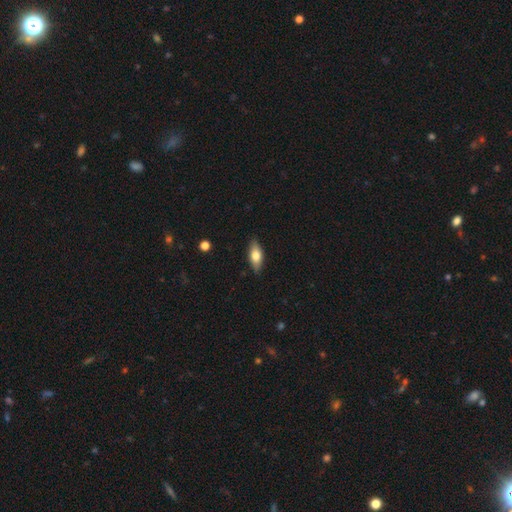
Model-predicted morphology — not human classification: smooth 68%, featured or disk 26%, star or artifact 6%. Down the decision tree: how rounded — in between (79%); merging — none (86%).